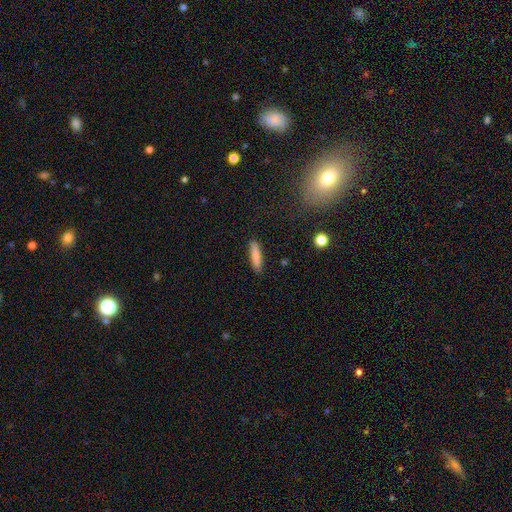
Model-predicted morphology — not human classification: A smooth galaxy with no disk features (82%) that is cigar-shaped (81%). Merging: none (88%).